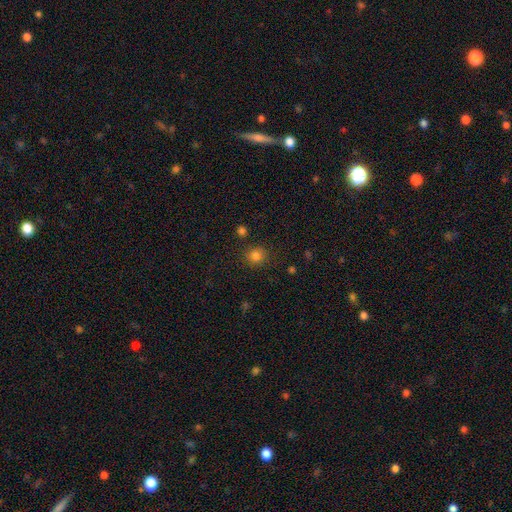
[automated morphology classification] This is clearly a smooth galaxy (81%). How rounded: clearly round (87%). Merging: clearly none (85%).